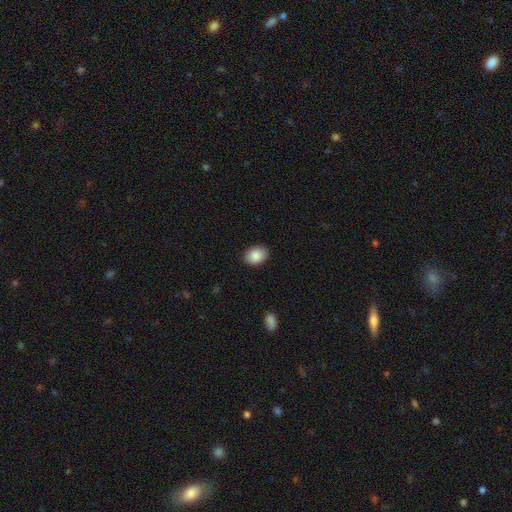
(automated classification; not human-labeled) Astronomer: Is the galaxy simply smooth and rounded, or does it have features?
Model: smooth — 88%.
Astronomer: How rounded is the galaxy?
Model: in between — 74%.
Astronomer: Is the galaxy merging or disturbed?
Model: none — 88%.